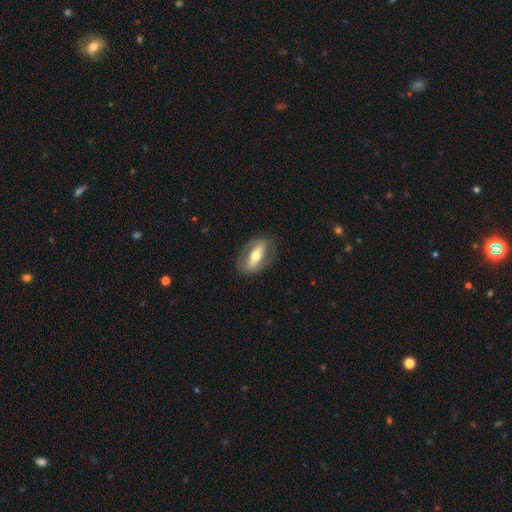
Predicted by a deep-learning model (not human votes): This is possibly a featured or disk galaxy (59%). It is likely not viewed edge-on (76%). Merging: likely none (78%).